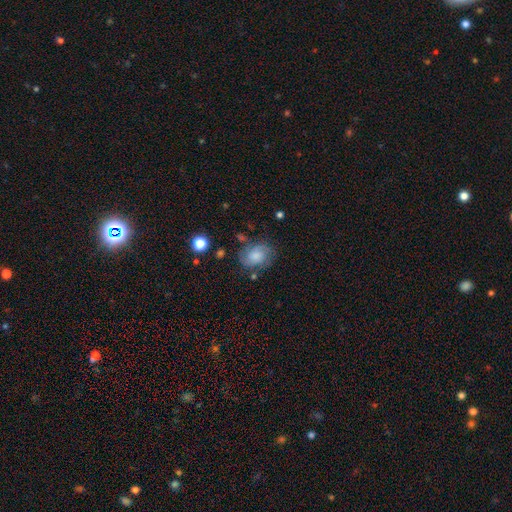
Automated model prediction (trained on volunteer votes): The model was most divided on "smooth or featured": smooth: 49%, featured or disk: 42%, star or artifact: 9%. More confident: merging — none (65%).